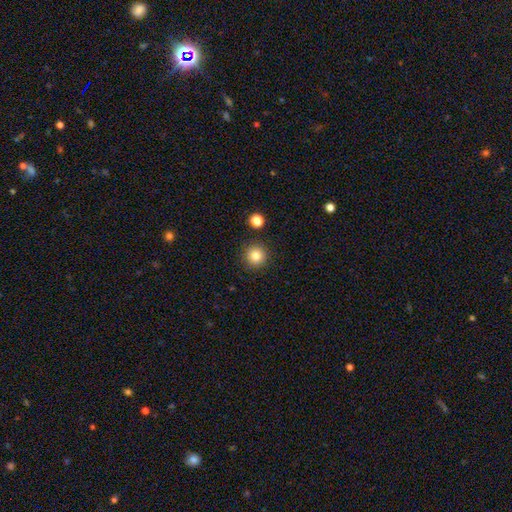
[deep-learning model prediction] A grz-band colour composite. It shows a smooth galaxy with no disk features (82%) that is round (95%). Merging: none (89%).